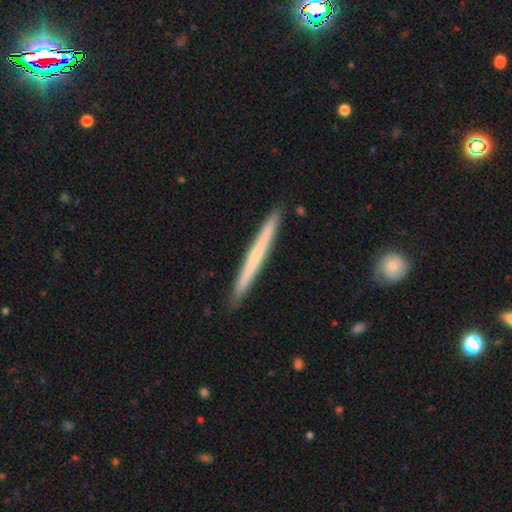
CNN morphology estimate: A smooth galaxy with no disk features (48%). Merging: none (92%).